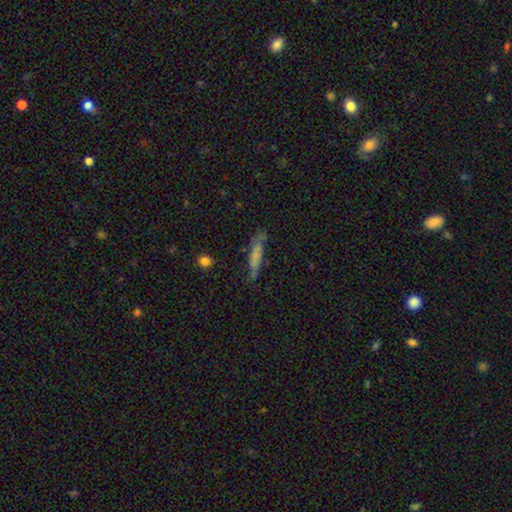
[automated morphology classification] The model was most divided on "smooth or featured": smooth: 59%, featured or disk: 31%, star or artifact: 10%. More confident: how rounded — cigar-shaped (79%); merging — none (60%).